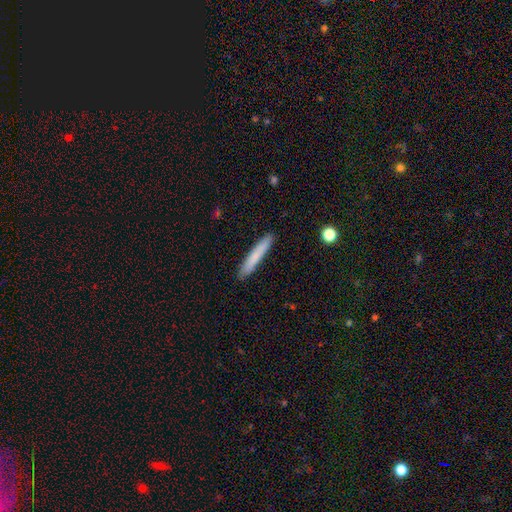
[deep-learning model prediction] Overall: smooth (78%). How rounded: cigar-shaped (95%). Merging: none (90%).